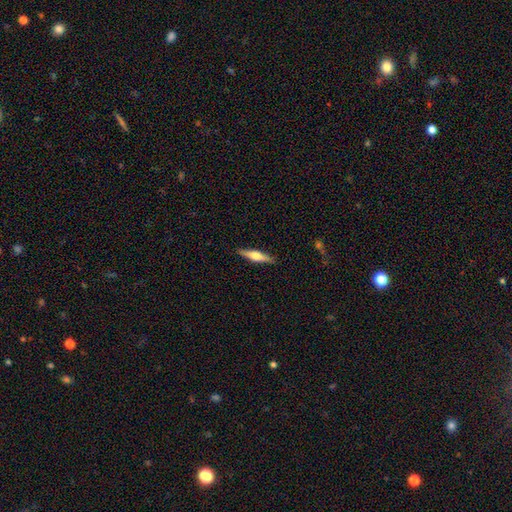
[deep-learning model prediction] Q: Smooth or featured?
A: featured or disk (54%); runner-up: smooth (40%)
Q: Edge-on disk?
A: yes (96%); runner-up: no (4%)
Q: Edge-on bulge?
A: rounded (90%); runner-up: boxy (7%)
Q: Merging?
A: none (89%); runner-up: minor disturbance (8%)